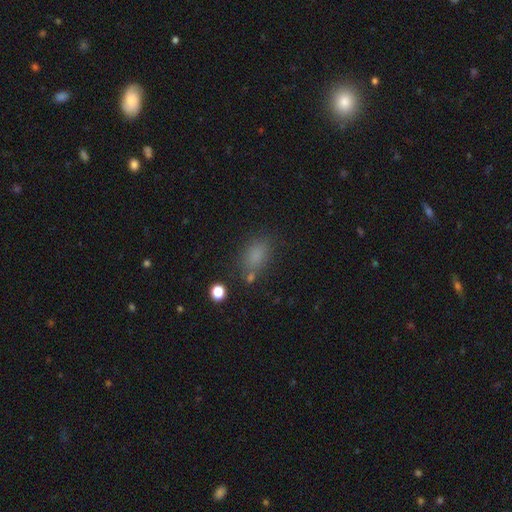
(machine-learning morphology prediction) The model was most divided on "merging": none: 72%, minor disturbance: 16%, major disturbance: 6%, merger: 6%. More confident: how rounded — in between (81%); smooth or featured — smooth (77%).